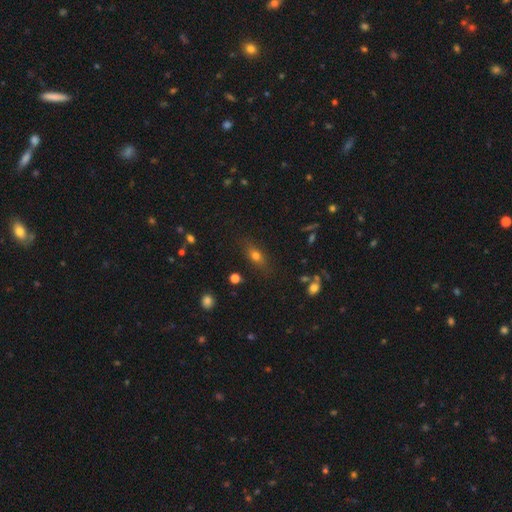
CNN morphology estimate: Smooth or featured?
  - smooth: 69% *
  - featured or disk: 17%
  - star or artifact: 13%
How rounded?
  - in between: 67% *
  - cigar-shaped: 17%
  - round: 16%
Merging?
  - none: 78% *
  - minor disturbance: 15%
  - major disturbance: 5%
  - merger: 2%